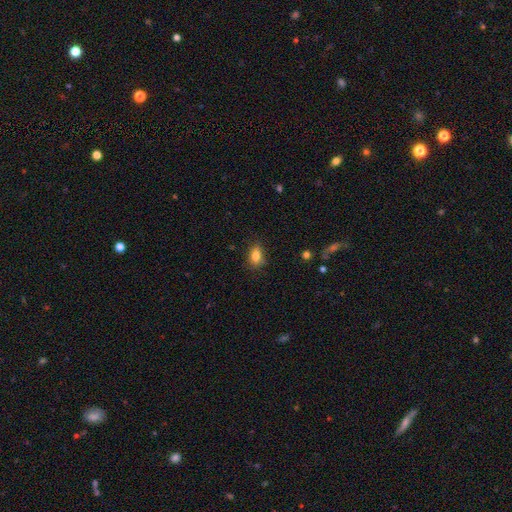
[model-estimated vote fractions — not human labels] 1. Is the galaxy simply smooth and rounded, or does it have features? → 80% smooth, 10% featured or disk, 10% star or artifact.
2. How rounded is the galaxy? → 78% in between, 17% round, 5% cigar-shaped.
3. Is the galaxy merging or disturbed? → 75% none, 19% minor disturbance, 4% major disturbance, 2% merger.